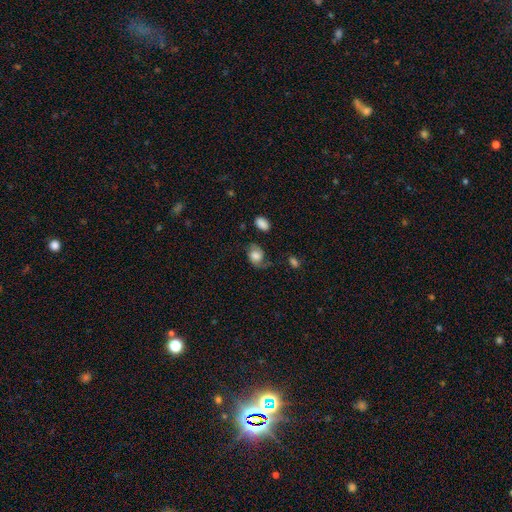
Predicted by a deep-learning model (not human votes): Smooth or featured?
  - featured or disk: 47% *
  - smooth: 43%
  - star or artifact: 9%
Merging?
  - none: 52% *
  - minor disturbance: 25%
  - major disturbance: 19%
  - merger: 3%